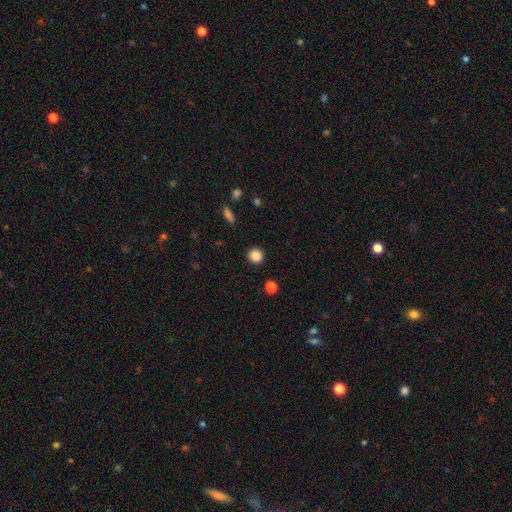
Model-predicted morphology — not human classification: Smooth or featured?
  - smooth: 87% *
  - star or artifact: 10%
  - featured or disk: 3%
How rounded?
  - round: 91% *
  - in between: 8%
  - cigar-shaped: 1%
Merging?
  - none: 91% *
  - minor disturbance: 5%
  - major disturbance: 2%
  - merger: 1%